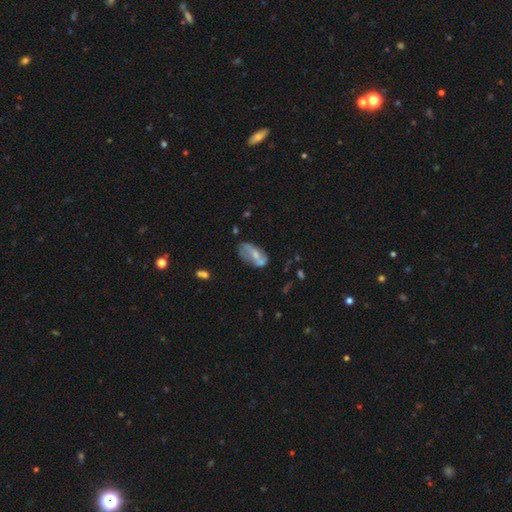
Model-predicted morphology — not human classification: smooth_or_featured: featured or disk (p=0.49) [alt: smooth p=0.43]
merging: none (p=0.45) [alt: minor disturbance p=0.27]